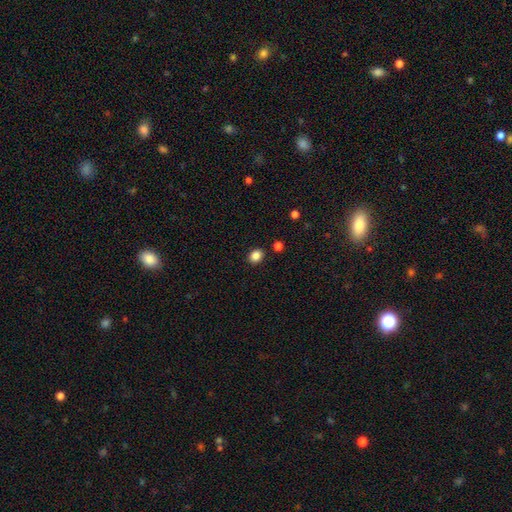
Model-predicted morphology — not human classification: smooth 85%, star or artifact 11%, featured or disk 4%. Down the decision tree: how rounded — round (54%); merging — none (88%).